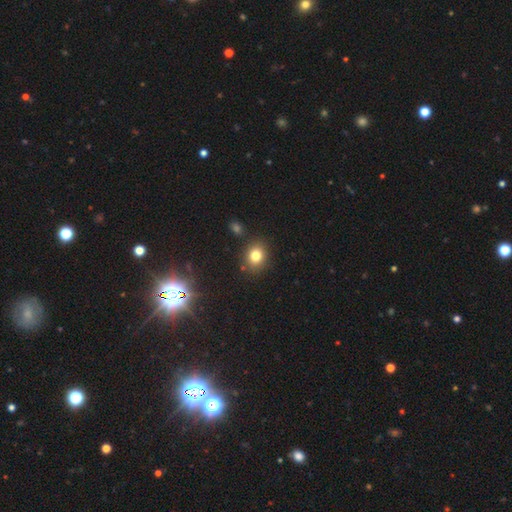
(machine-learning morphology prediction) smooth-or-featured: smooth: 79% | star or artifact: 14% | featured or disk: 8%
  how-rounded: round: 65% | in between: 34% | cigar-shaped: 1%
  merging: none: 83% | minor disturbance: 10% | merger: 4% | major disturbance: 3%